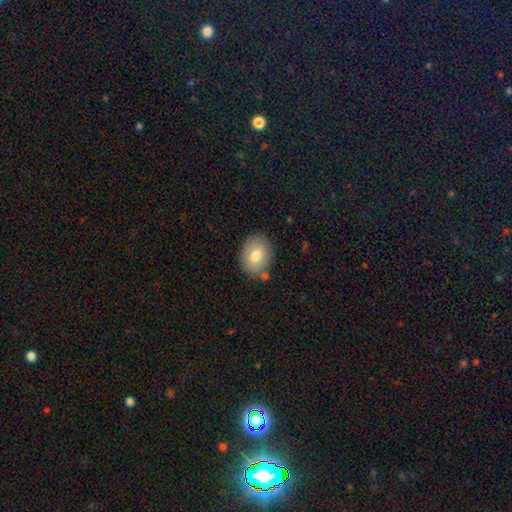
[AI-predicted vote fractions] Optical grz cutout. It shows a smooth galaxy with no disk features (75%) that is in between round and cigar-shaped (68%). Merging: none (78%).